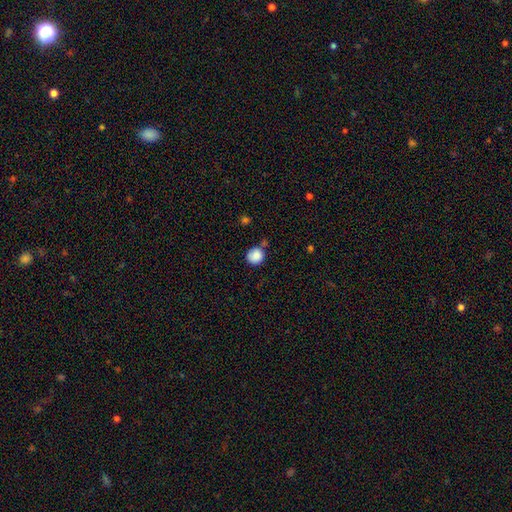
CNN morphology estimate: Smooth or featured? Predicted: smooth (p=0.87). How rounded? Predicted: round (p=0.92). Merging? Predicted: none (p=0.71).